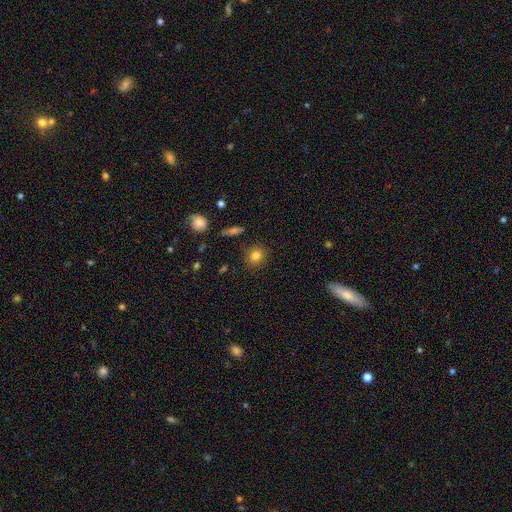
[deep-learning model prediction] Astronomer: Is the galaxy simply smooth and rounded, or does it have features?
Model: smooth — 81%.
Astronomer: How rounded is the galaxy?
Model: round — 85%.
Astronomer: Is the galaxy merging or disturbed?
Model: none — 87%.